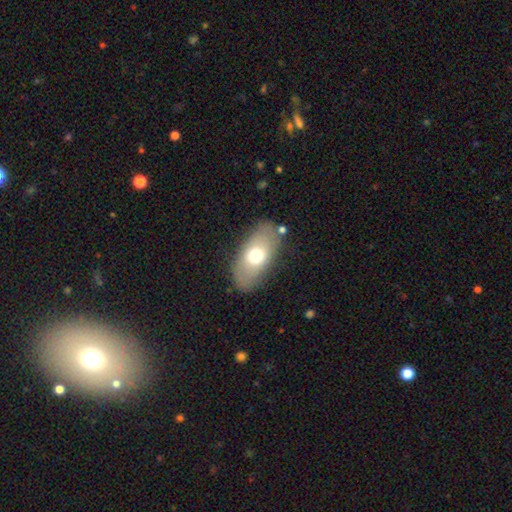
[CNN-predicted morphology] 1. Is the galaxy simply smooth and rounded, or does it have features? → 64% smooth, 28% featured or disk, 8% star or artifact.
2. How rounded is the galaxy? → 89% in between, 6% cigar-shaped, 5% round.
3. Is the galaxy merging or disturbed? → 78% none, 14% minor disturbance, 5% major disturbance, 3% merger.